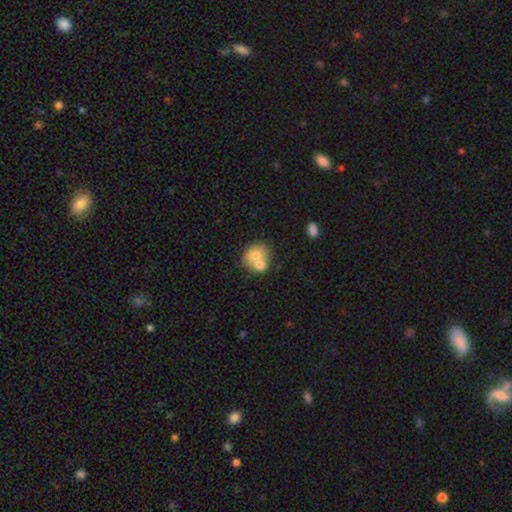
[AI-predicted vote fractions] Q: Smooth or featured?
A: smooth (69%); runner-up: featured or disk (23%)
Q: How rounded?
A: round (68%); runner-up: in between (31%)
Q: Merging?
A: merger (58%); runner-up: none (31%)